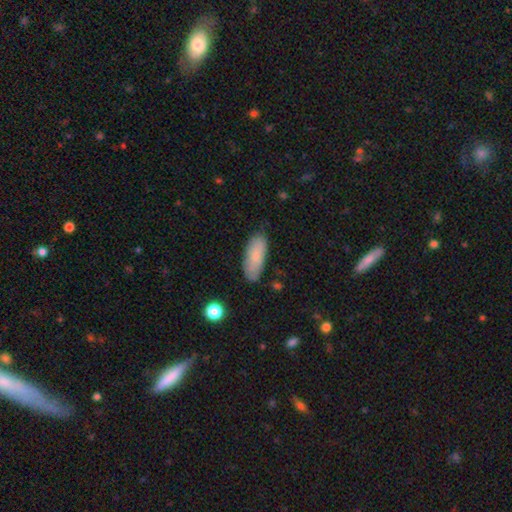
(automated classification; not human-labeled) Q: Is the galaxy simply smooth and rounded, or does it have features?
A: smooth — 78%.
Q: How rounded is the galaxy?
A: in between — 79%.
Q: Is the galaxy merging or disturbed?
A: none — 79%.